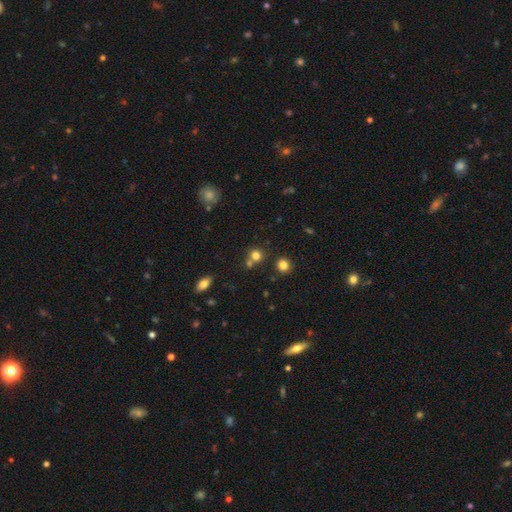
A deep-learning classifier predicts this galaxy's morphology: Smooth or featured: smooth — 76% (star or artifact — 16%)
How rounded: round — 86% (in between — 13%)
Merging: none — 62% (merger — 27%)